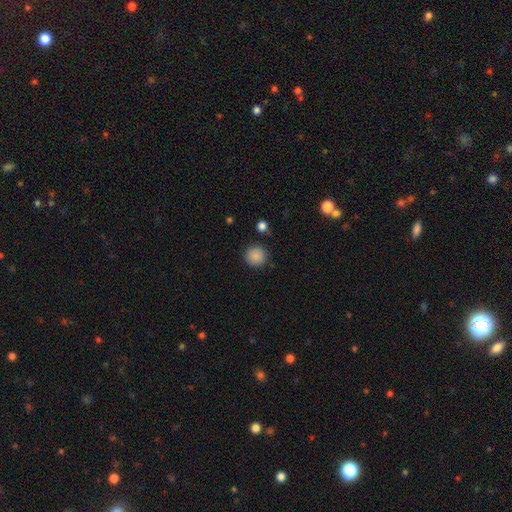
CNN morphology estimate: smooth_or_featured: smooth (p=0.87) [alt: star or artifact p=0.09]
how_rounded: round (p=0.94) [alt: in between p=0.05]
merging: none (p=0.88) [alt: minor disturbance p=0.08]